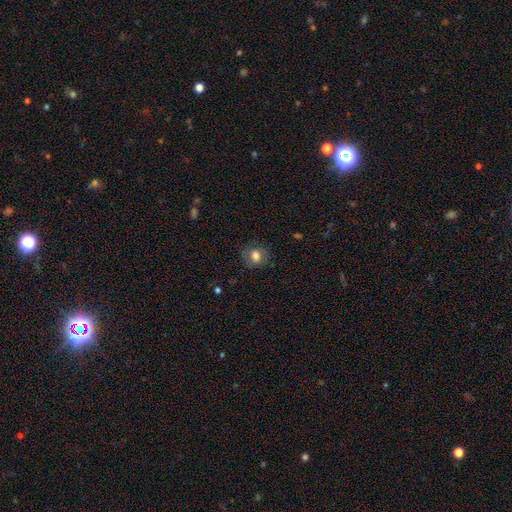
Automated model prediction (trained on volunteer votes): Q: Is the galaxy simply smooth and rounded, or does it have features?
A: smooth — 76%.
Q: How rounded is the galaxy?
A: round — 62%.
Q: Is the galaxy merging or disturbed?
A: none — 75%.